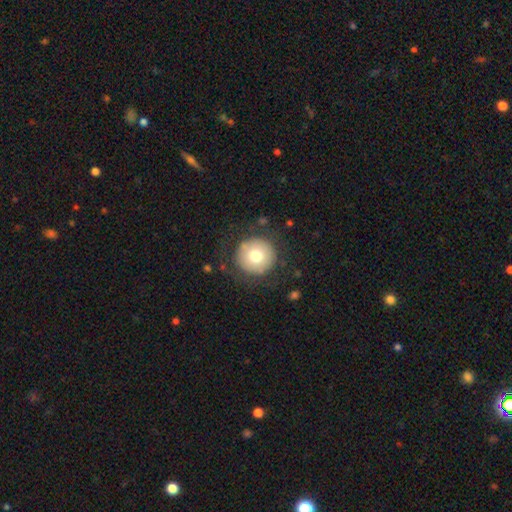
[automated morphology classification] This is likely a smooth galaxy (71%). How rounded: clearly round (96%). Merging: likely none (80%).